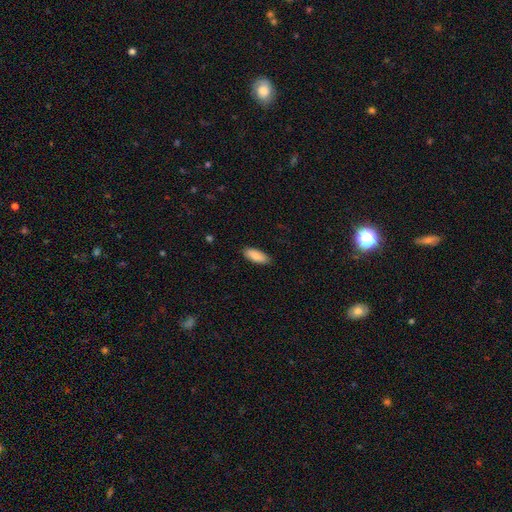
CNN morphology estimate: smooth_or_featured: smooth (p=0.88) [alt: featured or disk p=0.07]
how_rounded: in between (p=0.81) [alt: cigar-shaped p=0.17]
merging: none (p=0.87) [alt: minor disturbance p=0.10]